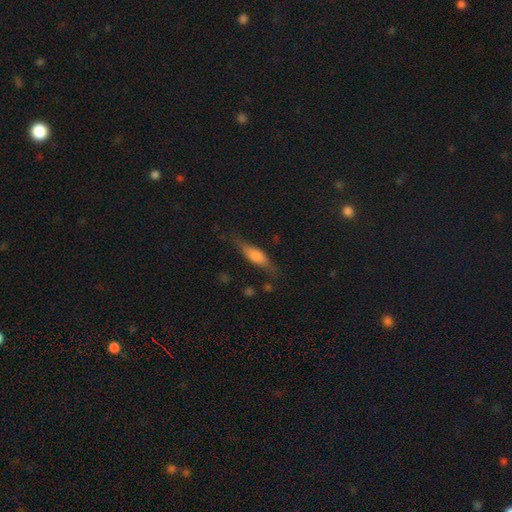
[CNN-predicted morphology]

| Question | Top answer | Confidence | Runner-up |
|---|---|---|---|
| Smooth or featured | smooth | 52% | featured or disk (40%) |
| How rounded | cigar-shaped | 59% | in between (38%) |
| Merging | none | 70% | minor disturbance (21%) |